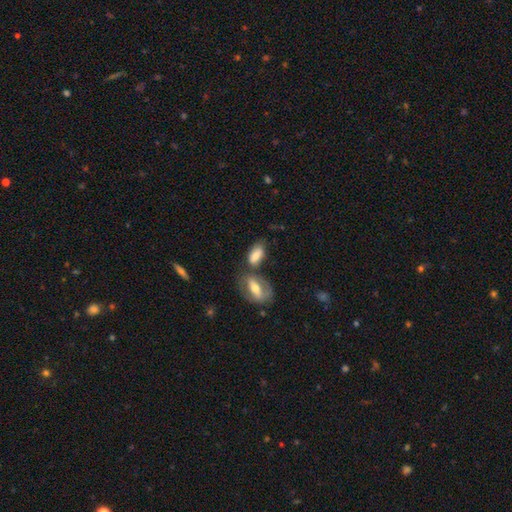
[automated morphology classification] smooth-or-featured: smooth: 74% | featured or disk: 19% | star or artifact: 7%
  how-rounded: in between: 87% | cigar-shaped: 8% | round: 5%
  merging: none: 45% | merger: 33% | minor disturbance: 15% | major disturbance: 6%